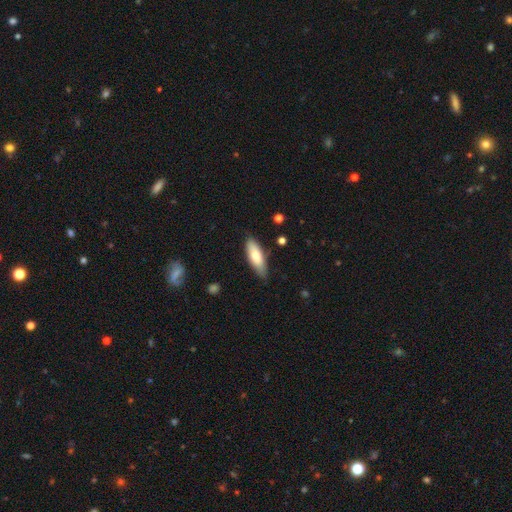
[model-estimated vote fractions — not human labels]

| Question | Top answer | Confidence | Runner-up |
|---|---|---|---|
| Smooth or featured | smooth | 74% | featured or disk (20%) |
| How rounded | in between | 63% | cigar-shaped (35%) |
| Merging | none | 79% | minor disturbance (17%) |